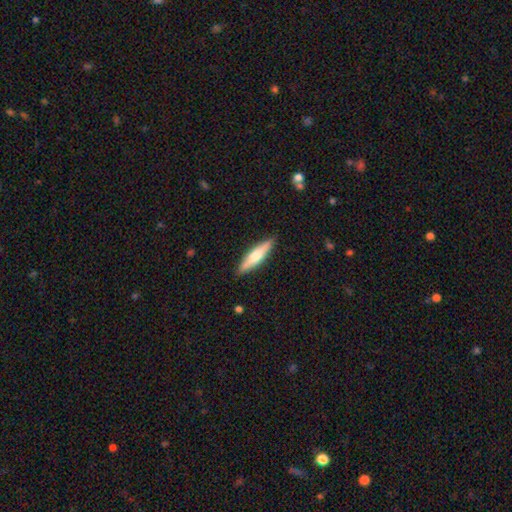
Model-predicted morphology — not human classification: Smooth or featured? smooth (59%)
How rounded? cigar-shaped (77%)
Merging? none (88%)